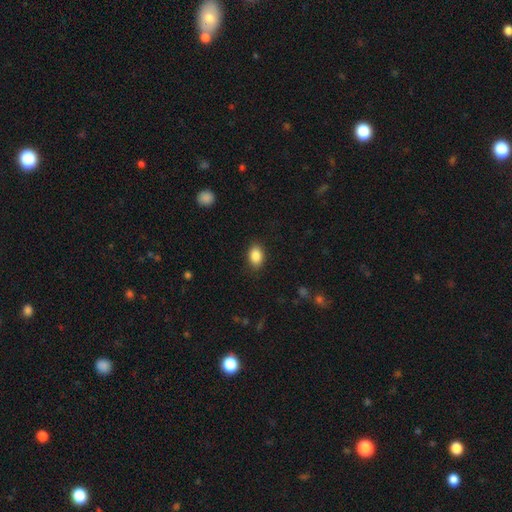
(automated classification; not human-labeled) smooth_or_featured: smooth (p=0.88) [alt: star or artifact p=0.08]
how_rounded: in between (p=0.83) [alt: round p=0.15]
merging: none (p=0.86) [alt: minor disturbance p=0.10]